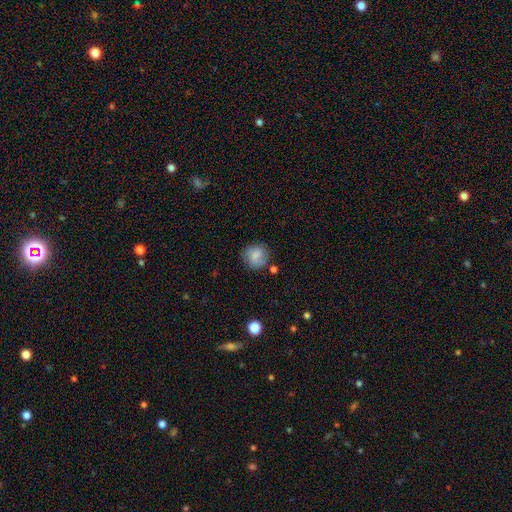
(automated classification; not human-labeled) Smooth or featured? Predicted: smooth (p=0.73). How rounded? Predicted: round (p=0.82). Merging? Predicted: none (p=0.66).